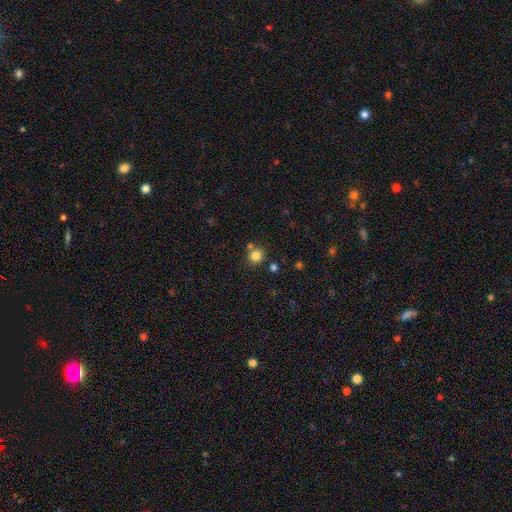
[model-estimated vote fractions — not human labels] Overall: smooth (82%). How rounded: round (89%). Merging: none (74%).